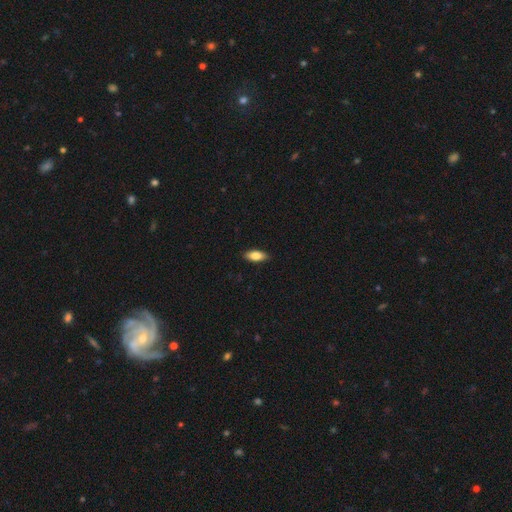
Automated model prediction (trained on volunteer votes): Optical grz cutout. It shows a smooth galaxy with no disk features (80%) that is in between round and cigar-shaped (85%). Merging: none (89%).